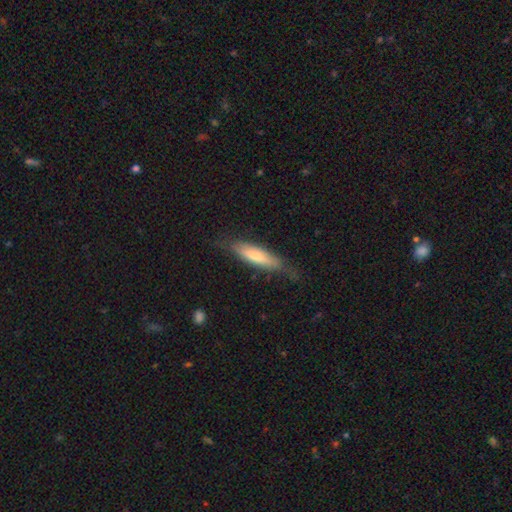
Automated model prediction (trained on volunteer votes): A smooth galaxy with no disk features (64%) that is cigar-shaped (66%). Merging: none (71%).